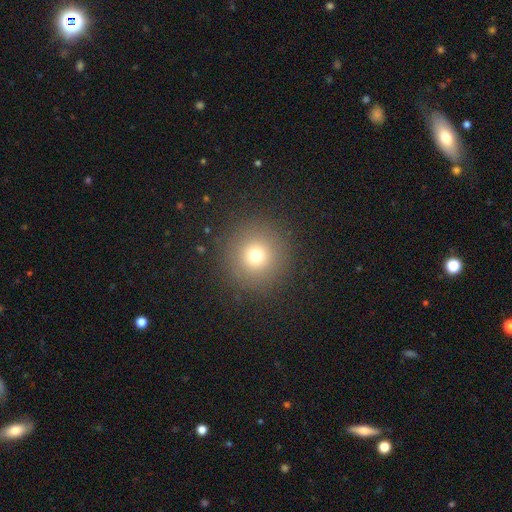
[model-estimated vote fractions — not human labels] This appears to be a smooth galaxy with no disk features (72%) that is round (95%). Merging: none (89%).